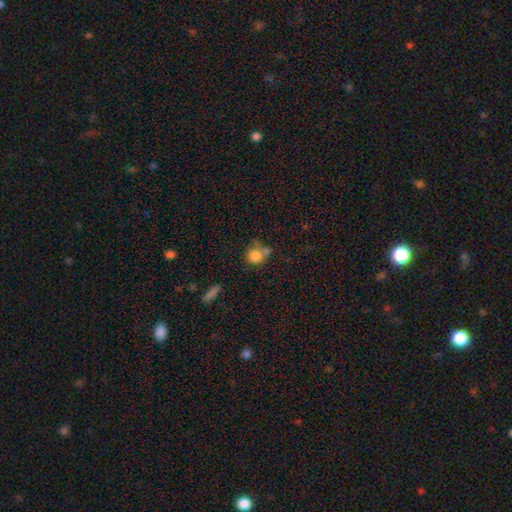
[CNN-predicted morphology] Overall: smooth (78%). How rounded: round (75%). Merging: none (36%; merger 30%).